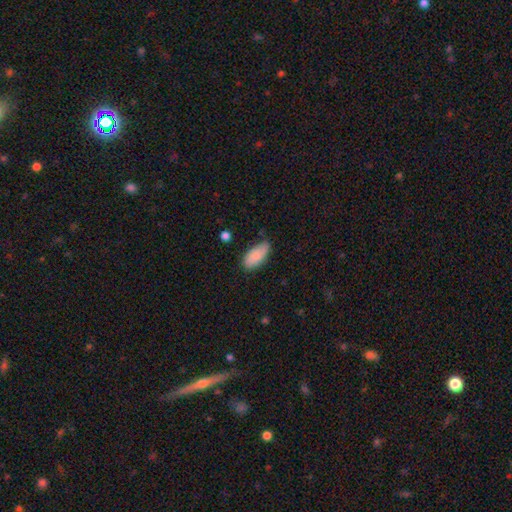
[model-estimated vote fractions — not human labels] The model was most divided on "merging": none: 68%, minor disturbance: 25%, major disturbance: 4%, merger: 2%. More confident: how rounded — in between (89%); smooth or featured — smooth (83%).